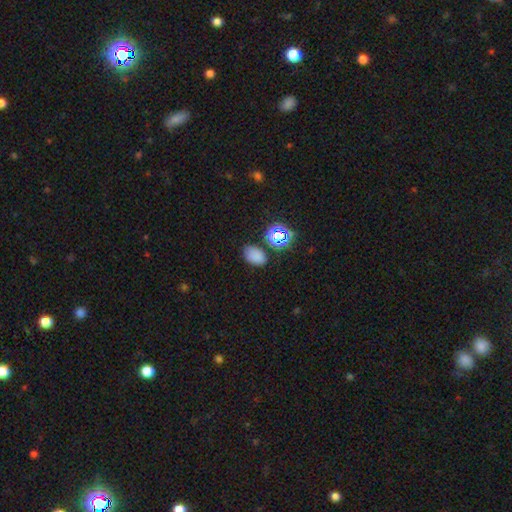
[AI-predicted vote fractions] Q: Smooth or featured?
A: smooth (73%); runner-up: star or artifact (22%)
Q: How rounded?
A: in between (83%); runner-up: round (16%)
Q: Merging?
A: none (75%); runner-up: minor disturbance (15%)